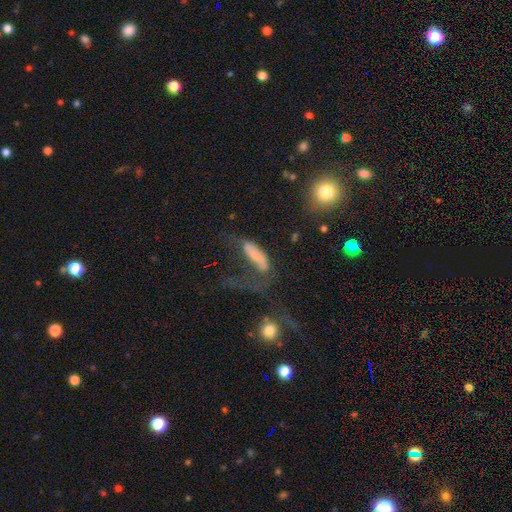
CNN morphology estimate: Q: Smooth or featured?
A: smooth (58%); runner-up: featured or disk (29%)
Q: How rounded?
A: in between (51%); runner-up: cigar-shaped (44%)
Q: Merging?
A: major disturbance (49%); runner-up: none (22%)